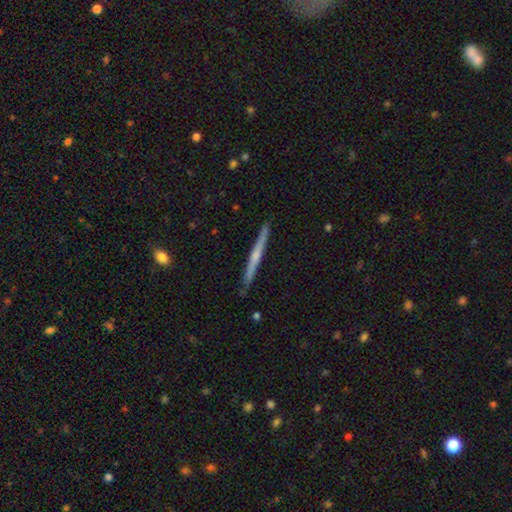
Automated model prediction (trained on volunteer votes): A featured or disk galaxy (63%) viewed edge-on (98%) with a rounded central bulge (54%).

Vote fractions:
- Smooth or featured? featured or disk: 63% / smooth: 31% / star or artifact: 5%
- Edge-on disk? yes: 98% / no: 2%
- Edge-on bulge? rounded: 54% / none: 40% / boxy: 6%
- Merging? none: 90% / minor disturbance: 7% / major disturbance: 1% / merger: 1%